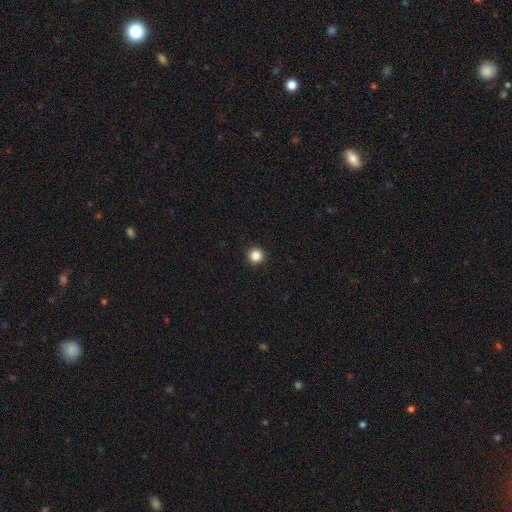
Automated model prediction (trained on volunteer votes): A smooth galaxy with no disk features (85%) that is round (96%). Merging: none (94%).